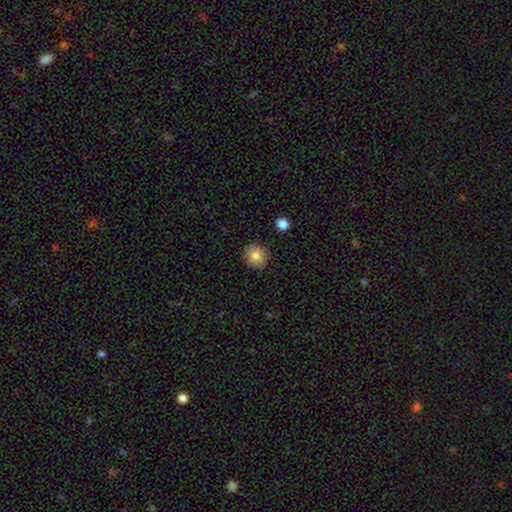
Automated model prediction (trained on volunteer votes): This appears to be a smooth galaxy with no disk features (82%) that is round (91%). Merging: none (90%).